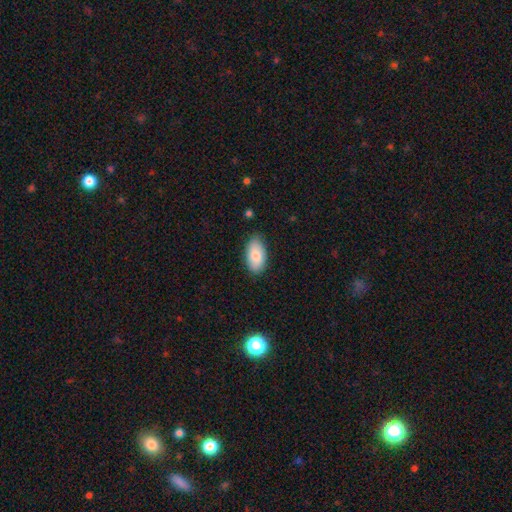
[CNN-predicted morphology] Overall: smooth (79%). How rounded: in between (94%). Merging: none (81%).